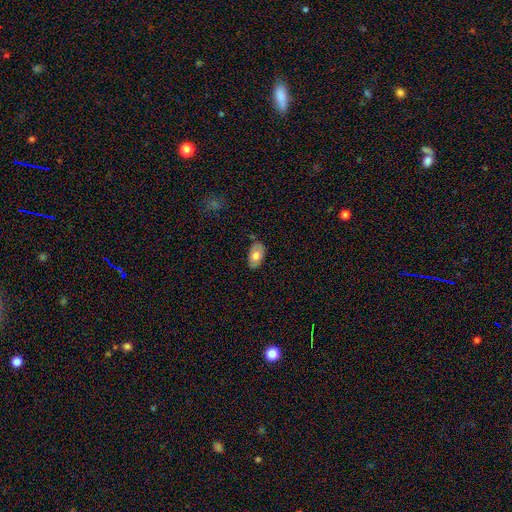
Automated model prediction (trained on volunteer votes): smooth 67%, featured or disk 26%, star or artifact 7%. Down the decision tree: how rounded — in between (92%); merging — none (76%).